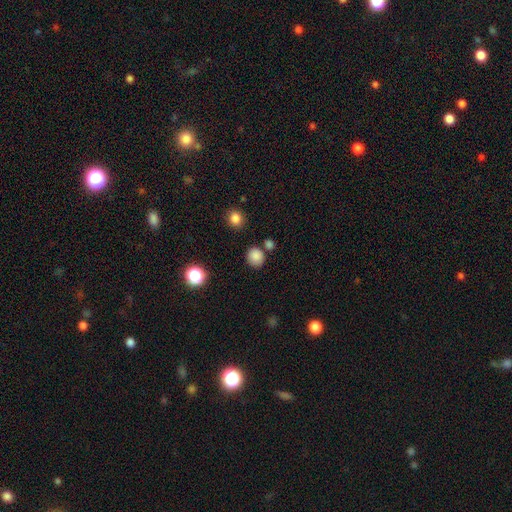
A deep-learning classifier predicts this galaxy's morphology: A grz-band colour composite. It shows a smooth galaxy with no disk features (84%) that is round (79%). Merging: none (78%).